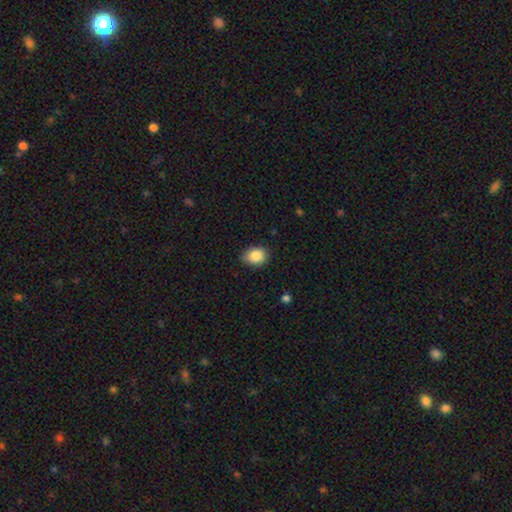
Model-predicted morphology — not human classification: Overall: smooth (88%). How rounded: in between (52%; round 47%). Merging: none (81%).